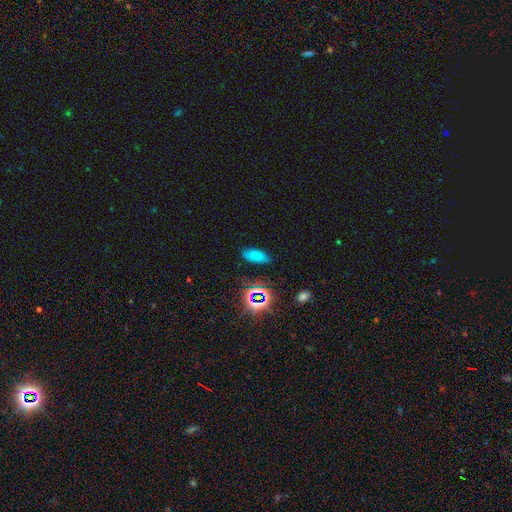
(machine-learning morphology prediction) A smooth galaxy with no disk features (68%) that is in between round and cigar-shaped (82%). Merging: none (80%).